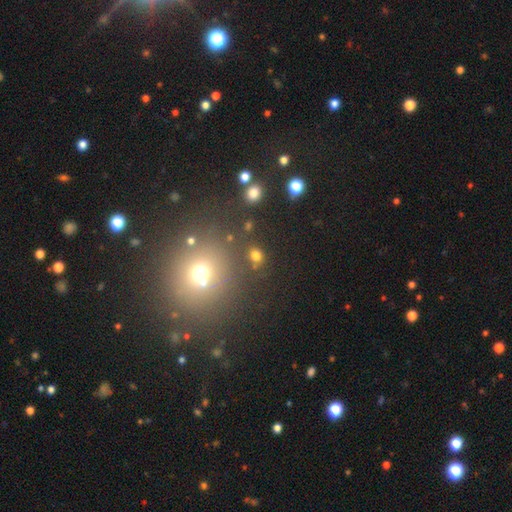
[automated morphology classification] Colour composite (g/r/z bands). It shows a smooth galaxy with no disk features (72%) that is round (64%). Merging: none (76%).